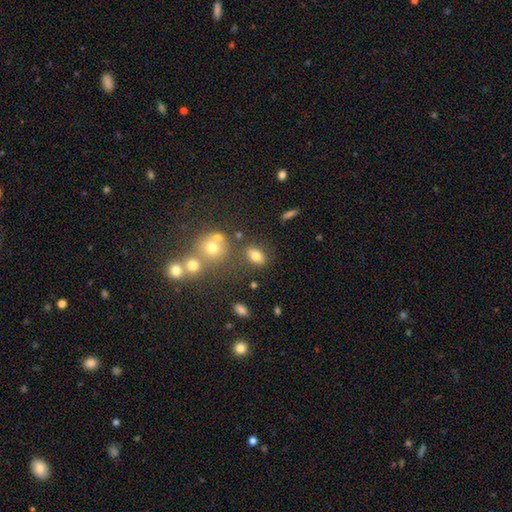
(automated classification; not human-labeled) This is likely a smooth galaxy (74%). How rounded: clearly in between (81%). Merging: likely none (72%).